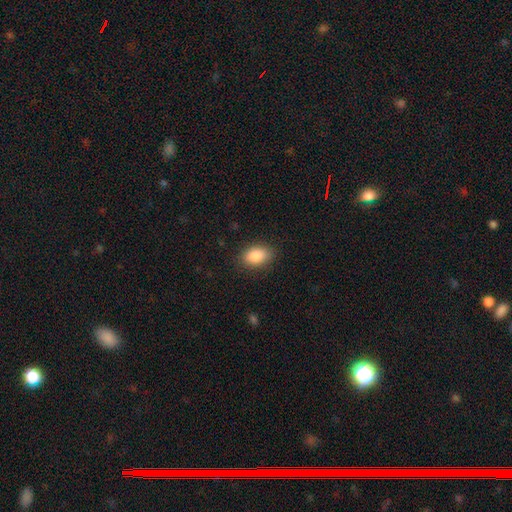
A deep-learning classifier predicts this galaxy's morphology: type=smooth (88%); roundness=in between (87%); merging=none (85%).